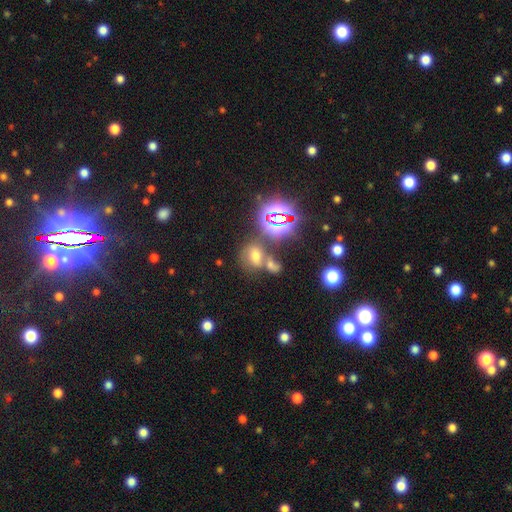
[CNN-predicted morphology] Smooth or featured?
  - smooth: 46% *
  - star or artifact: 38%
  - featured or disk: 16%
Merging?
  - none: 42% *
  - merger: 40%
  - minor disturbance: 11%
  - major disturbance: 7%